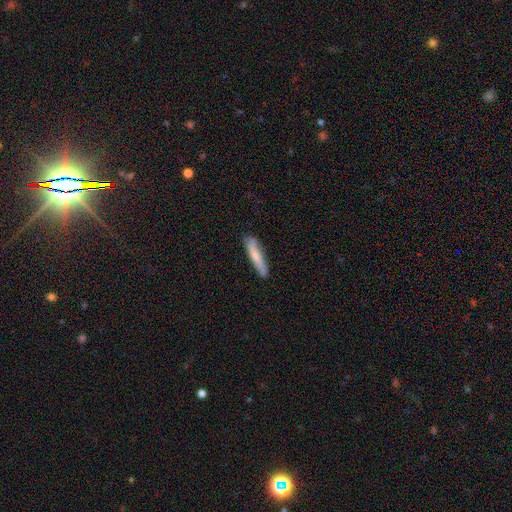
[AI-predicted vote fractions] The model was most divided on "smooth or featured": smooth: 71%, featured or disk: 24%, star or artifact: 5%. More confident: how rounded — cigar-shaped (88%); merging — none (80%).